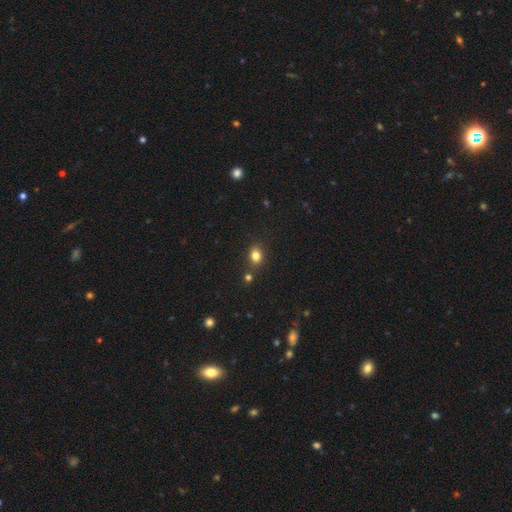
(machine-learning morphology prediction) This is clearly a smooth galaxy (80%). How rounded: possibly in between (53%). Merging: likely none (77%).